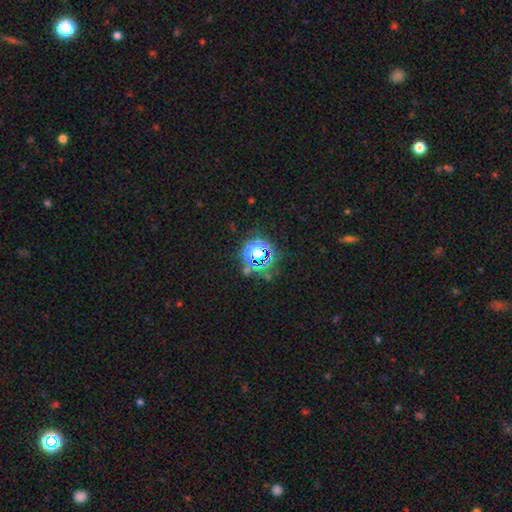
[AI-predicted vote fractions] A star or artifact, not a galaxy (62%).

Vote fractions:
- Smooth or featured? star or artifact: 62% / smooth: 28% / featured or disk: 10%